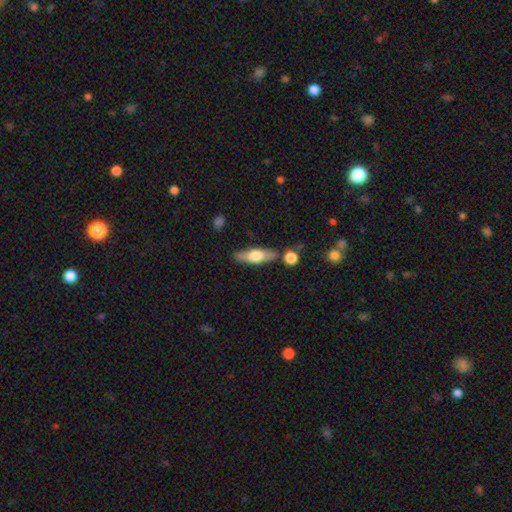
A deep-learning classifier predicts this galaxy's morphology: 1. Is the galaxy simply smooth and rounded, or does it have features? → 55% smooth, 40% featured or disk, 6% star or artifact.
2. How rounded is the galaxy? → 50% cigar-shaped, 47% in between, 3% round.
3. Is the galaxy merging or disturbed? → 79% none, 11% minor disturbance, 7% merger, 3% major disturbance.